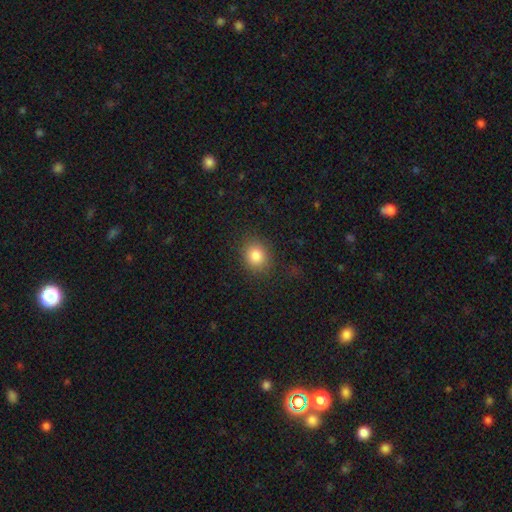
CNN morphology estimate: This appears to be a smooth galaxy with no disk features (83%) that is round (70%). Merging: none (84%).